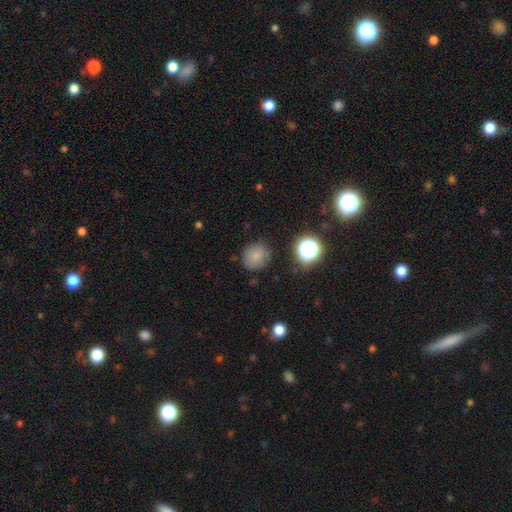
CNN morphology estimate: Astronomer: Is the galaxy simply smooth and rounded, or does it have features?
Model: smooth — 79%.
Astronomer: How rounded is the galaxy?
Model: round — 79%.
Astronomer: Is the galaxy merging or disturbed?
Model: none — 81%.